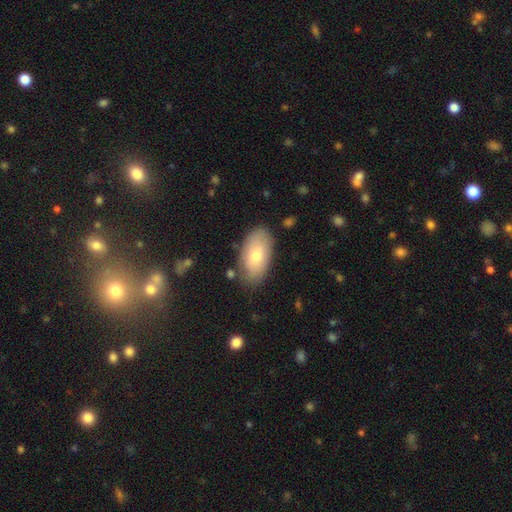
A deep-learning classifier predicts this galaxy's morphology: smooth 70%, featured or disk 23%, star or artifact 7%. Down the decision tree: how rounded — in between (94%); merging — none (80%).